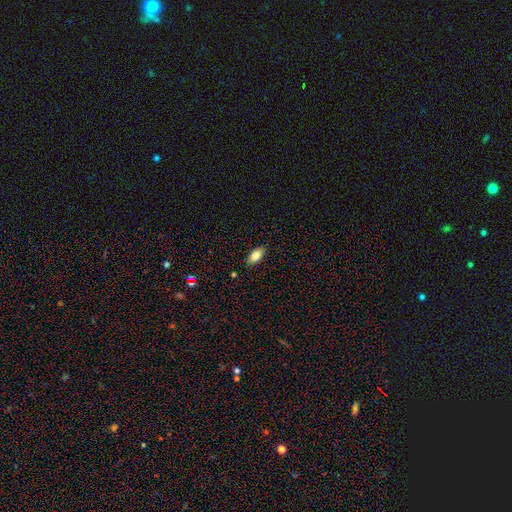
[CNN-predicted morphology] smooth 79%, featured or disk 13%, star or artifact 7%. Down the decision tree: how rounded — in between (87%); merging — none (87%).